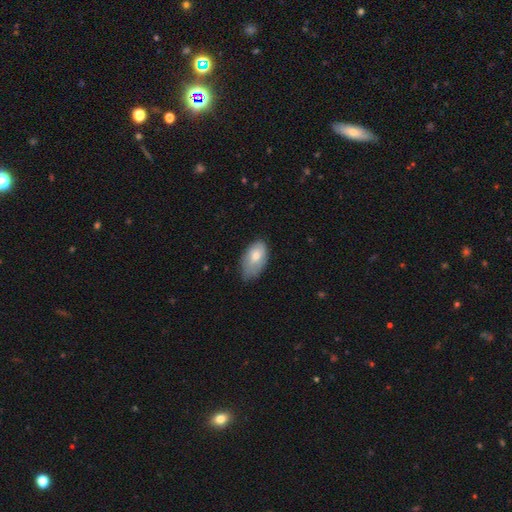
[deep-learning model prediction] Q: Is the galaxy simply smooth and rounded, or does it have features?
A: smooth — 74%.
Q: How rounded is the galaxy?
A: in between — 93%.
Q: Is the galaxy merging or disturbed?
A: none — 52%.